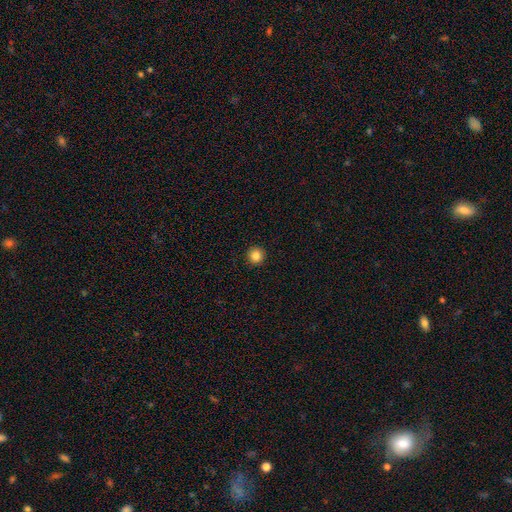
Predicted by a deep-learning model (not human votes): Smooth or featured? smooth (85%)
How rounded? round (95%)
Merging? none (93%)